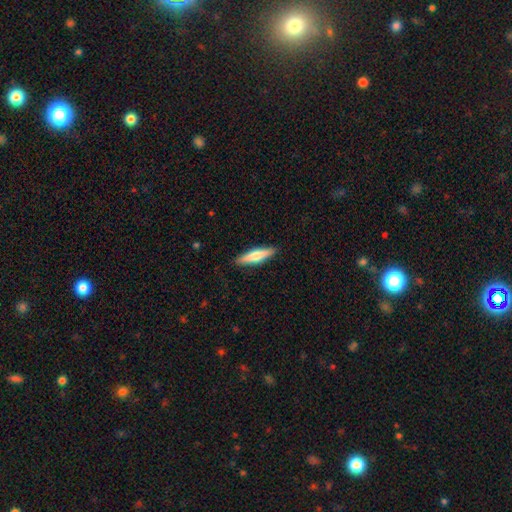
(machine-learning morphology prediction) smooth-or-featured: smooth: 59% | featured or disk: 36% | star or artifact: 5%
  how-rounded: cigar-shaped: 80% | in between: 18% | round: 2%
  merging: none: 90% | minor disturbance: 7% | major disturbance: 2% | merger: 1%